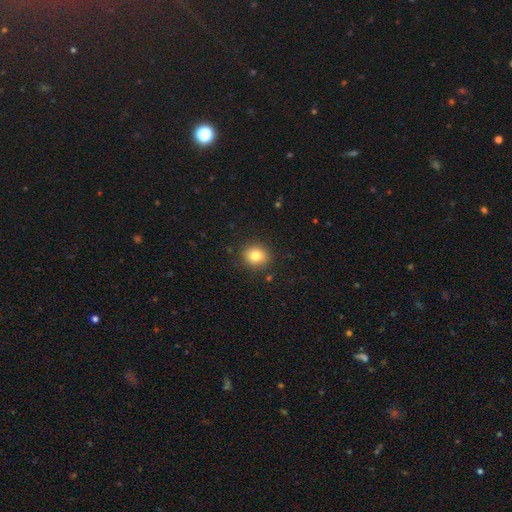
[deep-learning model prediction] Smooth or featured: smooth — 81% (star or artifact — 11%)
How rounded: round — 81% (in between — 18%)
Merging: none — 88% (minor disturbance — 8%)